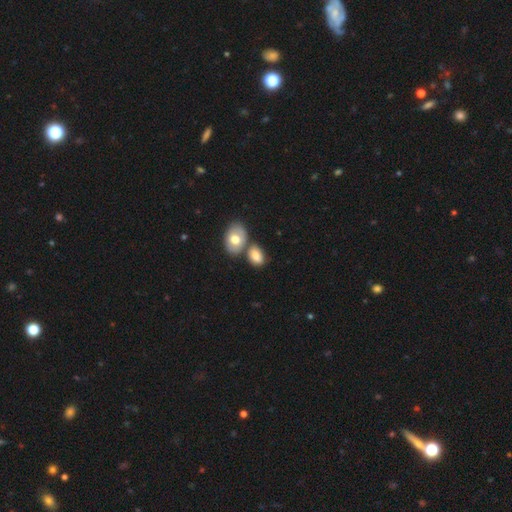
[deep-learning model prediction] Smooth or featured: smooth — 76% (featured or disk — 16%)
How rounded: in between — 85% (round — 13%)
Merging: none — 54% (merger — 27%)